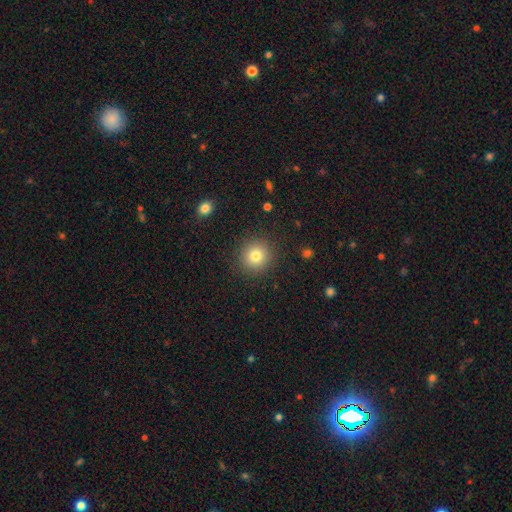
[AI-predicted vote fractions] This is clearly a smooth galaxy (80%). How rounded: clearly round (92%). Merging: clearly none (90%).